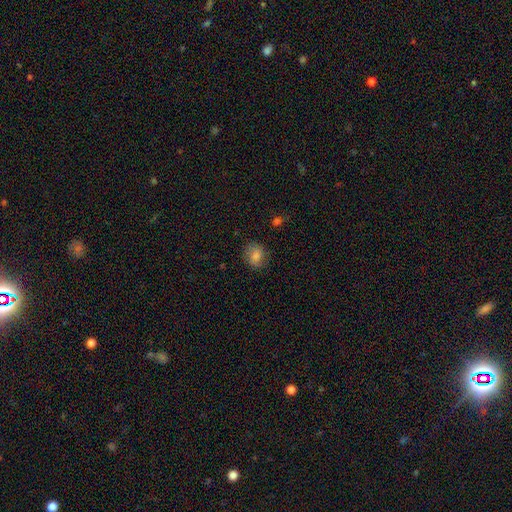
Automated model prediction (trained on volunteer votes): smooth-or-featured: smooth: 77% | featured or disk: 11% | star or artifact: 11%
  how-rounded: round: 67% | in between: 32% | cigar-shaped: 1%
  merging: none: 82% | minor disturbance: 14% | major disturbance: 3% | merger: 1%